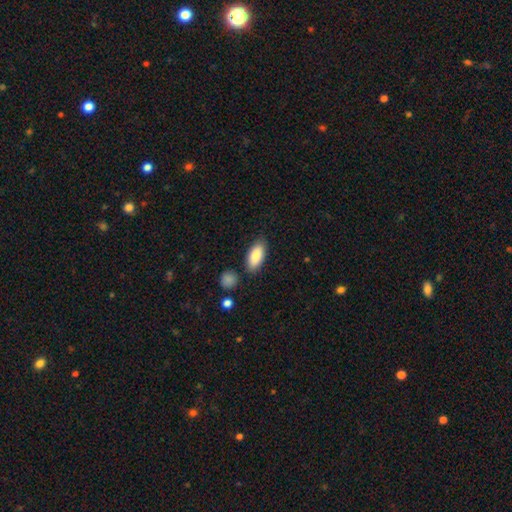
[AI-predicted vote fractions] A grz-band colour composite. It shows a smooth galaxy with no disk features (85%) that is in between round and cigar-shaped (88%). Merging: none (83%).